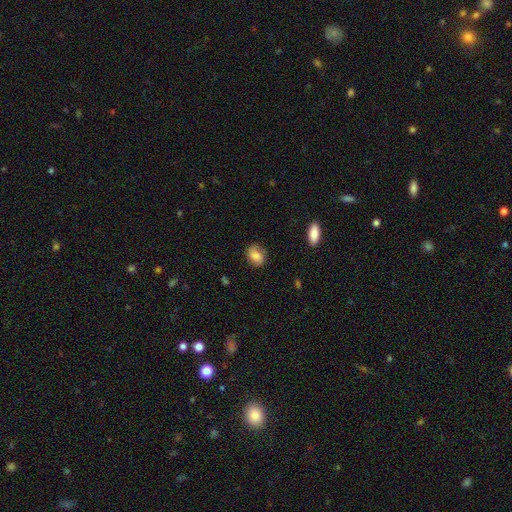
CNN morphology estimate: Smooth or featured: smooth — 73% (featured or disk — 18%)
How rounded: in between — 62% (round — 37%)
Merging: none — 72% (minor disturbance — 21%)